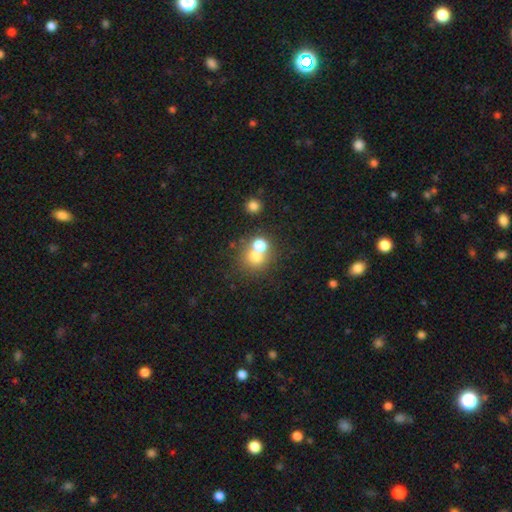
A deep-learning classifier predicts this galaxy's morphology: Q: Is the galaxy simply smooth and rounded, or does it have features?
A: smooth — 70%.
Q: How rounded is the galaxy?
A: round — 81%.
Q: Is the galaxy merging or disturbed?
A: merger — 51%.